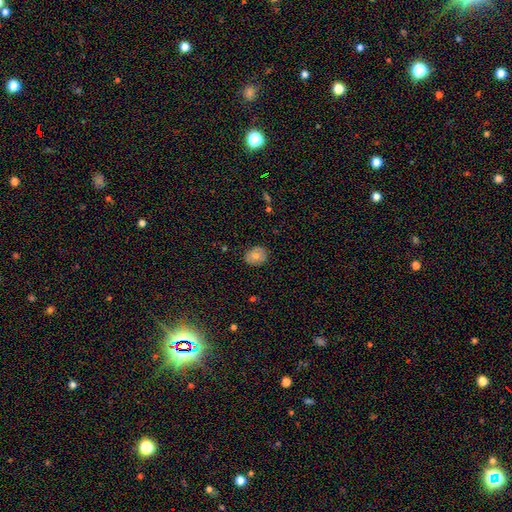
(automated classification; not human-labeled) This appears to be a smooth galaxy with no disk features (70%) that is round (58%). Merging: none (83%).